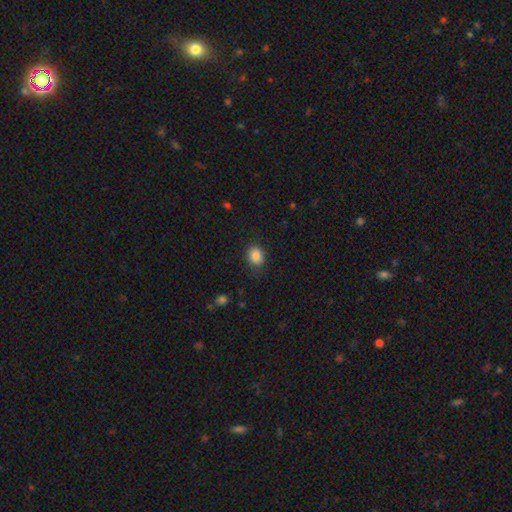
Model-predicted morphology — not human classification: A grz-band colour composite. It shows a smooth galaxy with no disk features (86%) that is round (54%). Merging: none (81%).